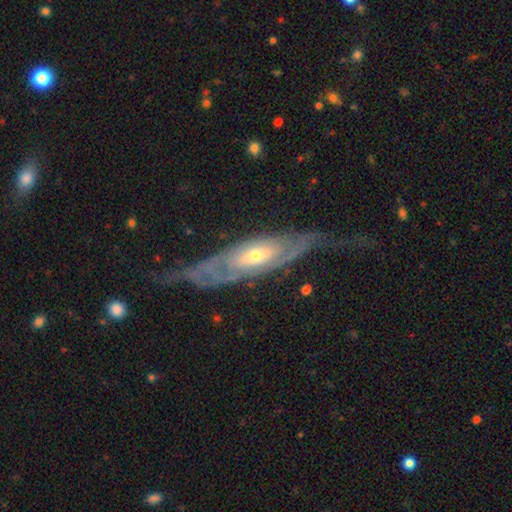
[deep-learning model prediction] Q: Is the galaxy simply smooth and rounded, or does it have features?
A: featured or disk — 84%.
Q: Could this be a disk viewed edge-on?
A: no — 74%.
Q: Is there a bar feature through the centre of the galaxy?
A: no — 63%.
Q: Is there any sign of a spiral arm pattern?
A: yes — 85%.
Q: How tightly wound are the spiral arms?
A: tight — 56%.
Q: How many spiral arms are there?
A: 2 — 44%.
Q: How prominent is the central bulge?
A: small — 50%.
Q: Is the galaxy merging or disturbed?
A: none — 56%.